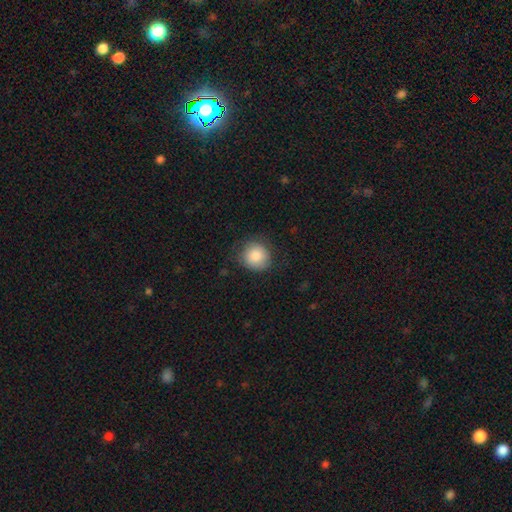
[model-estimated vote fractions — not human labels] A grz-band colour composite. It shows a smooth galaxy with no disk features (85%) that is round (88%). Merging: none (77%).